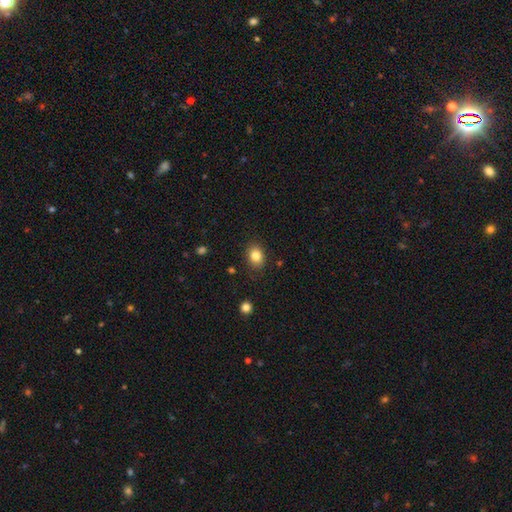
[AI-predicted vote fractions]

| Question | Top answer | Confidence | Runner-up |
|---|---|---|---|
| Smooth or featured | smooth | 83% | star or artifact (10%) |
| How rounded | in between | 58% | round (41%) |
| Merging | none | 85% | minor disturbance (11%) |